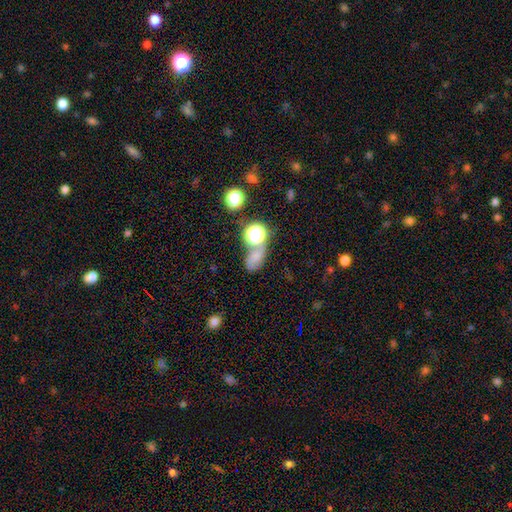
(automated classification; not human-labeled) This appears to be a smooth galaxy with no disk features (53%) that is in between round and cigar-shaped (58%). Merging: none (36%).